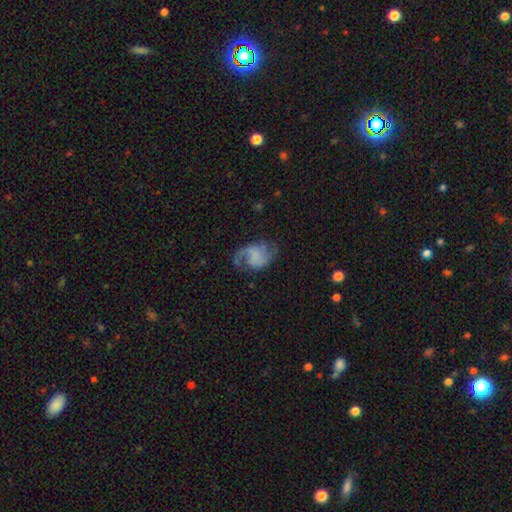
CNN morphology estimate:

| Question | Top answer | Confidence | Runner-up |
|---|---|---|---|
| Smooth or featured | featured or disk | 71% | smooth (20%) |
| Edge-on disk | no | 98% | yes (2%) |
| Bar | no | 60% | weak (32%) |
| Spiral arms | yes | 92% | no (8%) |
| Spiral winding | medium | 44% | loose (41%) |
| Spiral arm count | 2 | 83% | 1 (7%) |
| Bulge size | none | 62% | small (14%) |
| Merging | none | 62% | minor disturbance (20%) |